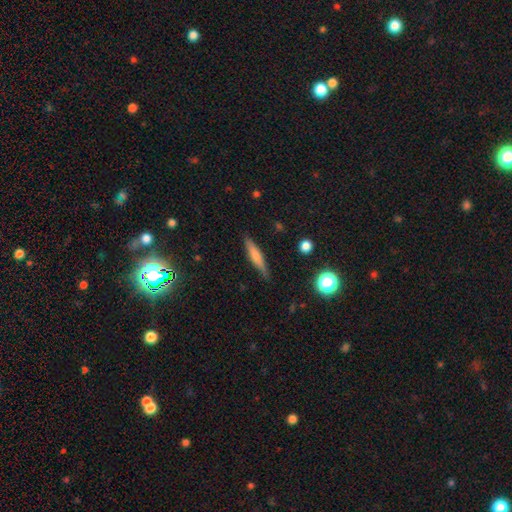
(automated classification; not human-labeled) Q: Smooth or featured?
A: smooth (63%); runner-up: featured or disk (30%)
Q: How rounded?
A: cigar-shaped (87%); runner-up: in between (11%)
Q: Merging?
A: none (83%); runner-up: minor disturbance (13%)